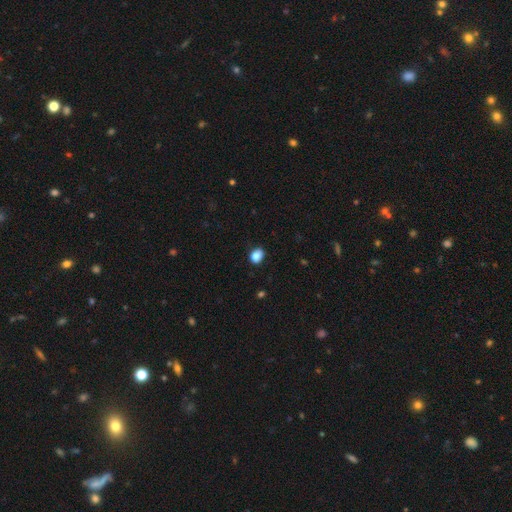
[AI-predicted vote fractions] This appears to be a smooth galaxy with no disk features (87%) that is in between round and cigar-shaped (55%). Merging: none (83%).